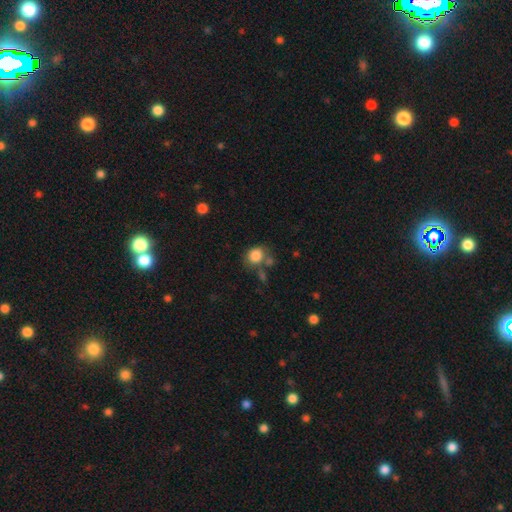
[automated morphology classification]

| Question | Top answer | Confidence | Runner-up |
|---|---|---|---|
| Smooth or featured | smooth | 84% | star or artifact (10%) |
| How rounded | round | 70% | in between (29%) |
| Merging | none | 56% | merger (18%) |